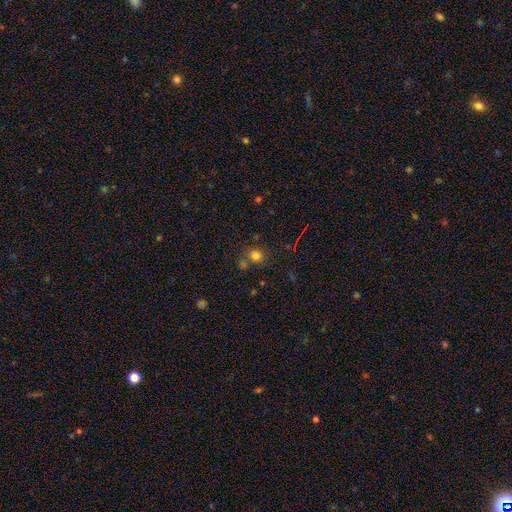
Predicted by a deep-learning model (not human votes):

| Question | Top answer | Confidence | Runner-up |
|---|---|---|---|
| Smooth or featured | smooth | 76% | star or artifact (17%) |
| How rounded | round | 79% | in between (20%) |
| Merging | none | 70% | merger (16%) |